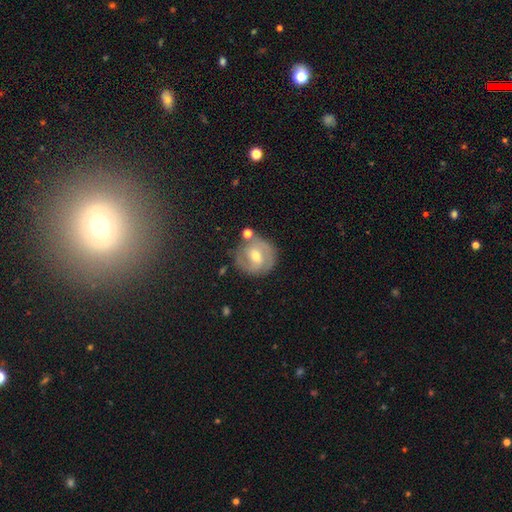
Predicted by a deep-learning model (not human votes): smooth_or_featured: featured or disk (p=0.64) [alt: smooth p=0.28]
disk_edge_on: no (p=0.96) [alt: yes p=0.04]
bar: weak (p=0.51) [alt: no p=0.31]
has_spiral_arms: yes (p=0.79) [alt: no p=0.21]
bulge_size: moderate (p=0.67) [alt: small p=0.28]
merging: none (p=0.74) [alt: minor disturbance p=0.14]